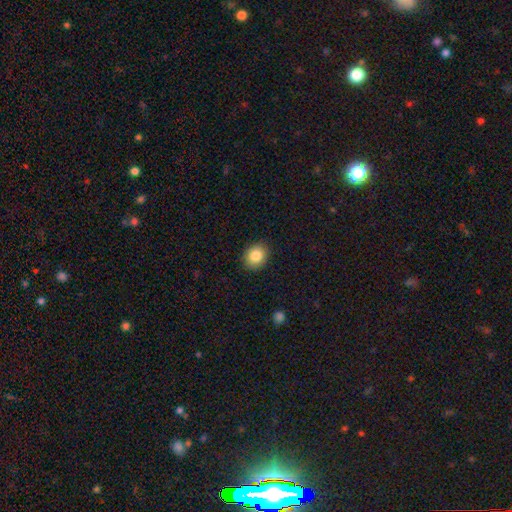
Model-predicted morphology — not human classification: Overall: smooth (84%). How rounded: round (58%; in between 41%). Merging: none (89%).